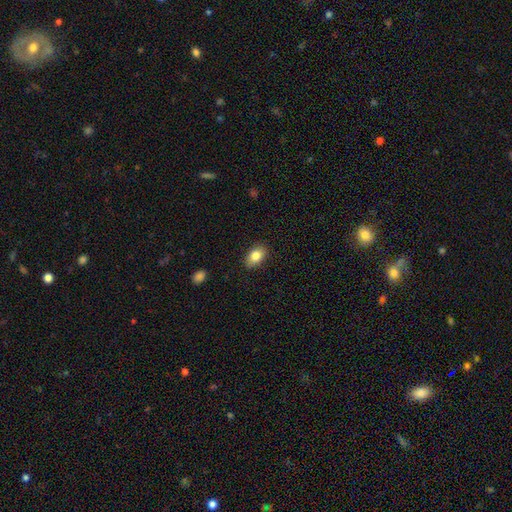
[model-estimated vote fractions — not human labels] Overall: smooth (83%). How rounded: in between (86%). Merging: none (86%).